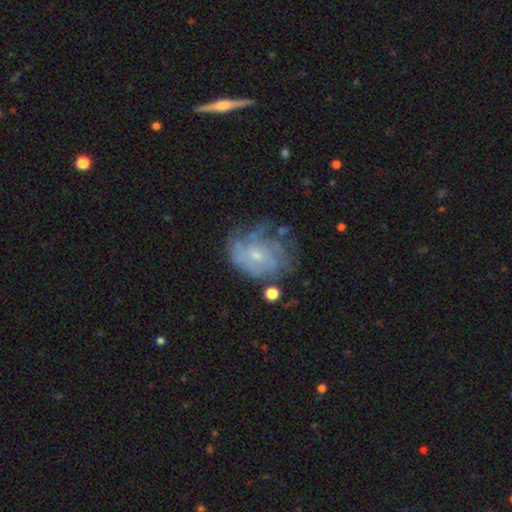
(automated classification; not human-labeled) Smooth or featured? featured or disk (71%)
Edge-on disk? no (97%)
Bar? no (67%)
Spiral arms? yes (78%)
Spiral winding? tight (55%)
Spiral arm count? can't tell (56%)
Bulge size? small (63%)
Merging? none (47%)